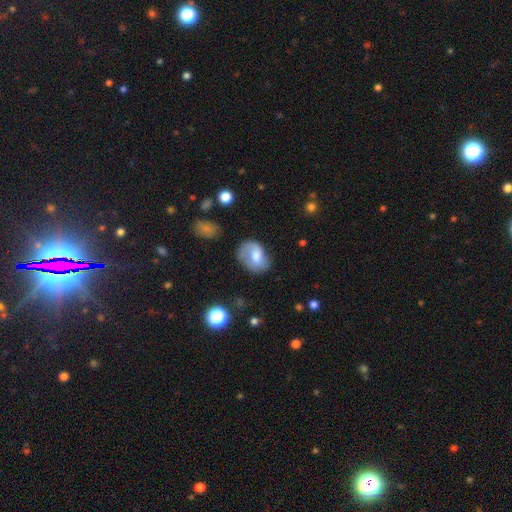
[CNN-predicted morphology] smooth-or-featured: smooth: 58% | featured or disk: 34% | star or artifact: 8%
  how-rounded: in between: 69% | round: 30% | cigar-shaped: 1%
  merging: none: 51% | minor disturbance: 30% | major disturbance: 16% | merger: 3%